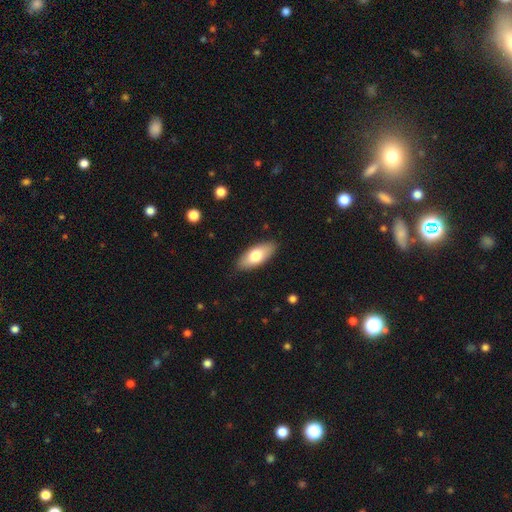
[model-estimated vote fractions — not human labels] smooth-or-featured: smooth: 73% | featured or disk: 21% | star or artifact: 6%
  how-rounded: in between: 84% | cigar-shaped: 14% | round: 2%
  merging: none: 87% | minor disturbance: 9% | major disturbance: 2% | merger: 1%